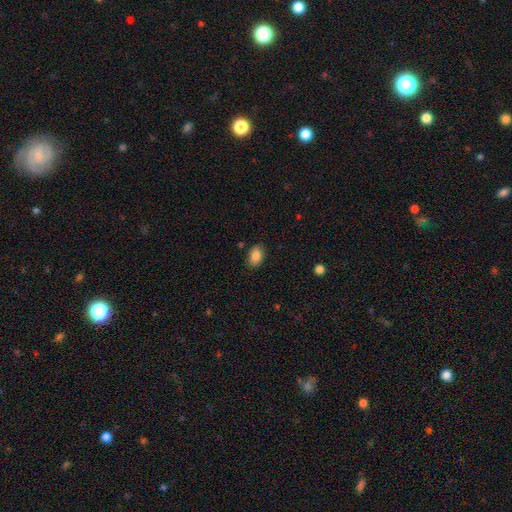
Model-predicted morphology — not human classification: Smooth or featured?
  - smooth: 87% *
  - star or artifact: 8%
  - featured or disk: 6%
How rounded?
  - in between: 90% *
  - round: 9%
  - cigar-shaped: 1%
Merging?
  - none: 85% *
  - minor disturbance: 11%
  - major disturbance: 2%
  - merger: 1%